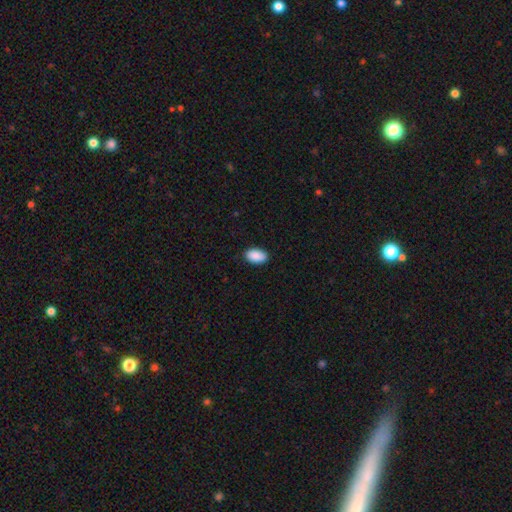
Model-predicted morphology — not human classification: Q: Smooth or featured?
A: smooth (91%); runner-up: star or artifact (6%)
Q: How rounded?
A: in between (94%); runner-up: round (4%)
Q: Merging?
A: none (88%); runner-up: minor disturbance (9%)